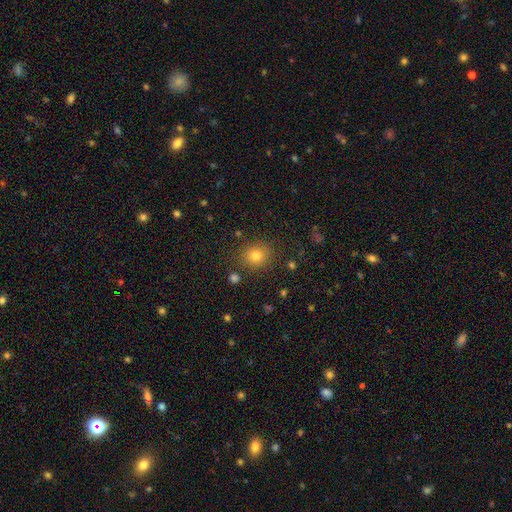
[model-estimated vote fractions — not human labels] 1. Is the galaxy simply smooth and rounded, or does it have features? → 78% smooth, 15% star or artifact, 7% featured or disk.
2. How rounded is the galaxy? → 77% round, 22% in between, 1% cigar-shaped.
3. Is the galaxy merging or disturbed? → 85% none, 9% minor disturbance, 3% major disturbance, 3% merger.